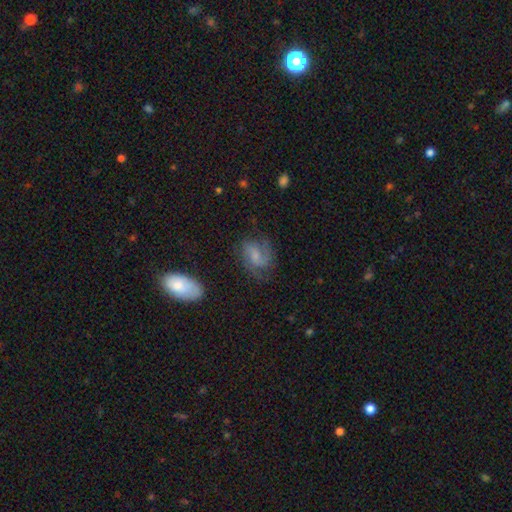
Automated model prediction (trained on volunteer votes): Q: Smooth or featured?
A: featured or disk (70%); runner-up: smooth (22%)
Q: Edge-on disk?
A: no (98%); runner-up: yes (2%)
Q: Bar?
A: weak (50%); runner-up: no (39%)
Q: Spiral arms?
A: yes (93%); runner-up: no (7%)
Q: Spiral winding?
A: medium (52%); runner-up: tight (25%)
Q: Spiral arm count?
A: 2 (76%); runner-up: can't tell (10%)
Q: Bulge size?
A: small (39%); runner-up: moderate (28%)
Q: Merging?
A: none (68%); runner-up: minor disturbance (19%)